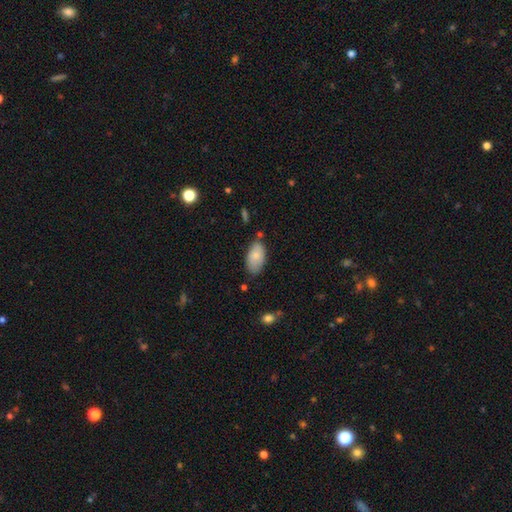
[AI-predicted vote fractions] The model was most divided on "merging": none: 66%, minor disturbance: 25%, major disturbance: 5%, merger: 4%. More confident: how rounded — in between (94%); smooth or featured — smooth (79%).